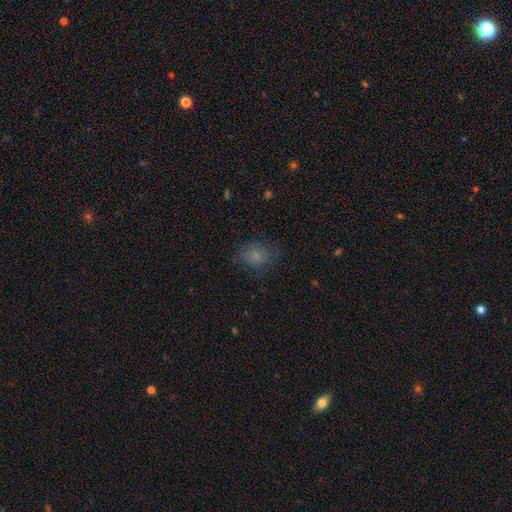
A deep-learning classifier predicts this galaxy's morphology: A smooth galaxy with no disk features (76%) that is round (50%).

Vote fractions:
- Smooth or featured? smooth: 76% / star or artifact: 13% / featured or disk: 11%
- How rounded? round: 50% / in between: 48% / cigar-shaped: 1%
- Merging? none: 67% / minor disturbance: 21% / major disturbance: 10% / merger: 1%